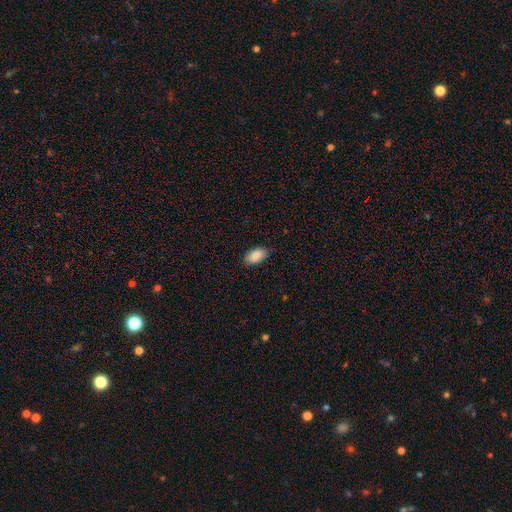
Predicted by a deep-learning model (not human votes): A smooth galaxy with no disk features (86%) that is in between round and cigar-shaped (94%). Merging: none (86%).